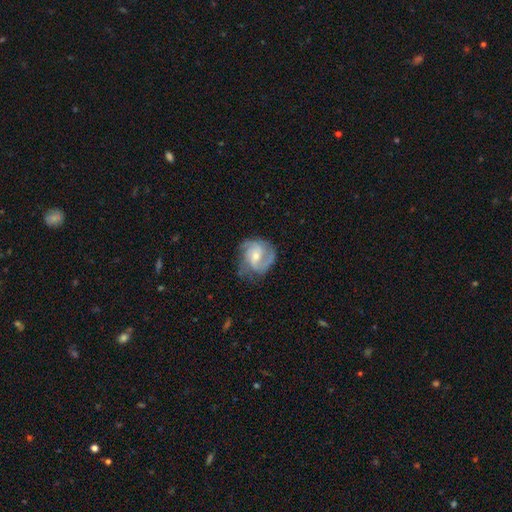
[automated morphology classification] smooth-or-featured: featured or disk: 82% | smooth: 12% | star or artifact: 6%
  disk-edge-on: no: 98% | yes: 2%
    bar: no: 47% | weak: 42% | strong: 10%
    has-spiral-arms: yes: 95% | no: 5%
      spiral-winding: medium: 50% | tight: 33% | loose: 17%
      spiral-arm-count: 2: 39% | 3: 33% | can't tell: 14% | 4: 5% | 1: 5% | more than 4: 4%
    bulge-size: small: 53% | moderate: 42% | large: 2% | none: 2% | dominant: 1%
  merging: none: 65% | minor disturbance: 22% | major disturbance: 11% | merger: 1%